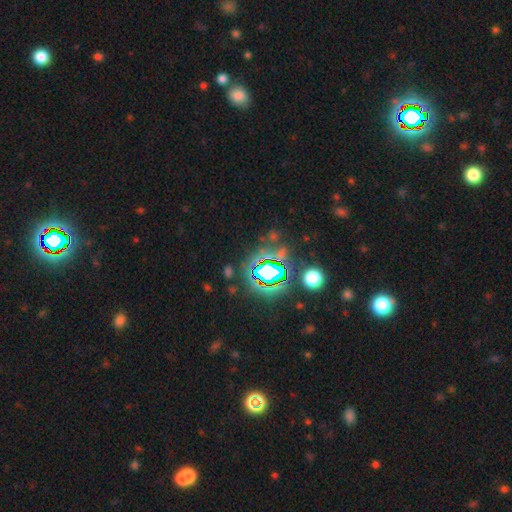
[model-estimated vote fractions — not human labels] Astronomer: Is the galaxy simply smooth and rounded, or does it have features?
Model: star or artifact — 81%.